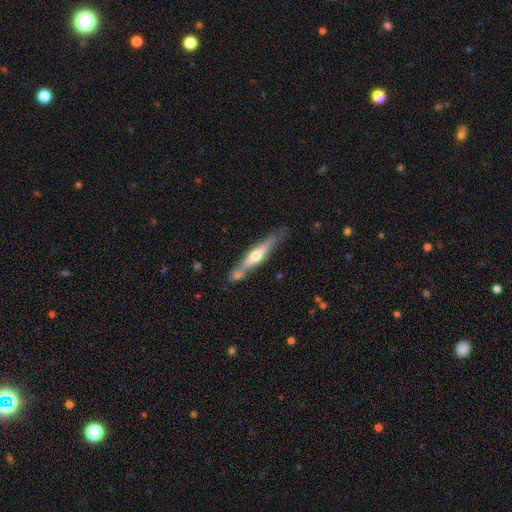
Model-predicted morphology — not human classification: This is likely a featured or disk galaxy (63%). It is clearly viewed edge-on (94%). Edge-on bulge: clearly rounded (89%). Merging: likely none (67%).